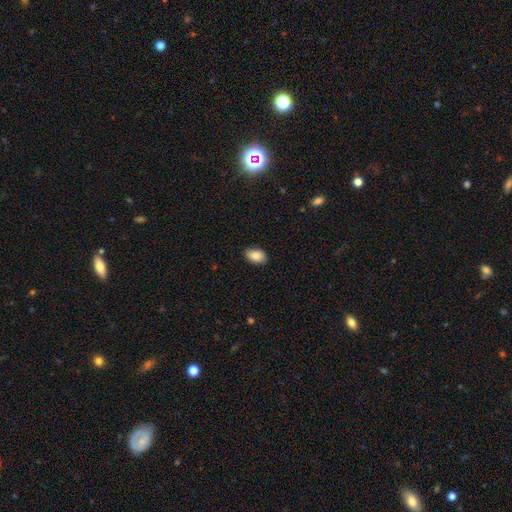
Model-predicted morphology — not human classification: smooth_or_featured: smooth (p=0.88) [alt: star or artifact p=0.07]
how_rounded: in between (p=0.91) [alt: round p=0.07]
merging: none (p=0.87) [alt: minor disturbance p=0.10]